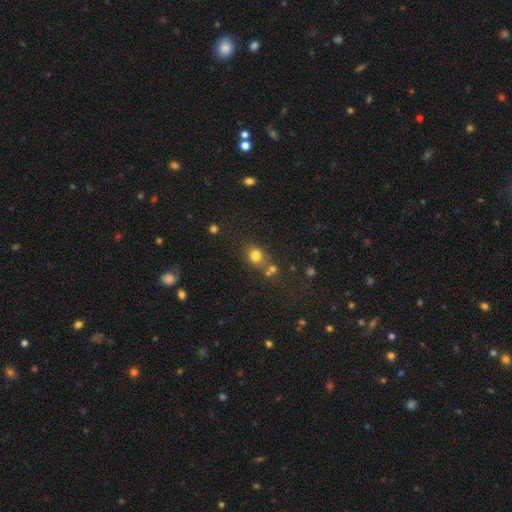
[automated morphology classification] smooth_or_featured: smooth (p=0.77) [alt: star or artifact p=0.14]
how_rounded: round (p=0.52) [alt: in between p=0.46]
merging: none (p=0.57) [alt: merger p=0.22]